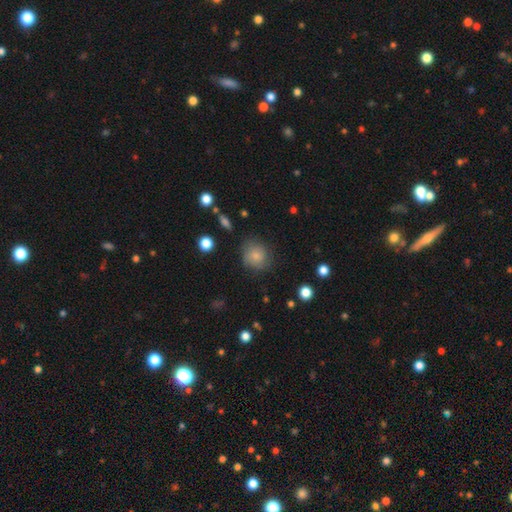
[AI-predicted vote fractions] Smooth or featured? smooth (79%)
How rounded? round (82%)
Merging? none (73%)